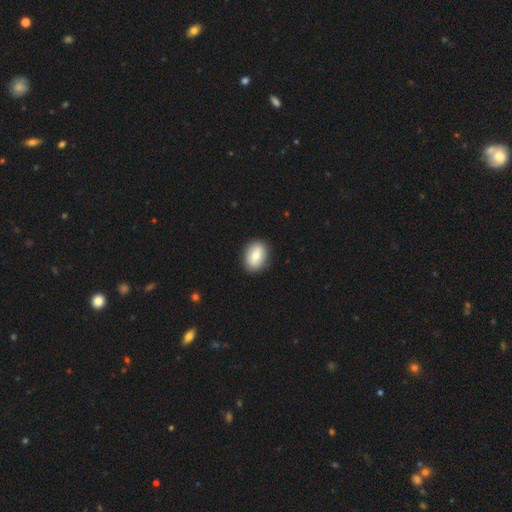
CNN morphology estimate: The model was most divided on "how rounded": in between: 75%, round: 24%, cigar-shaped: 2%. More confident: merging — none (88%); smooth or featured — smooth (75%).